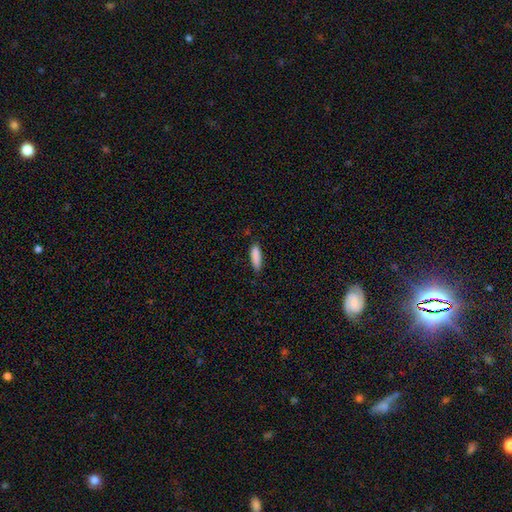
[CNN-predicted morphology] smooth 87%, star or artifact 7%, featured or disk 6%. Down the decision tree: how rounded — cigar-shaped (64%); merging — none (79%).